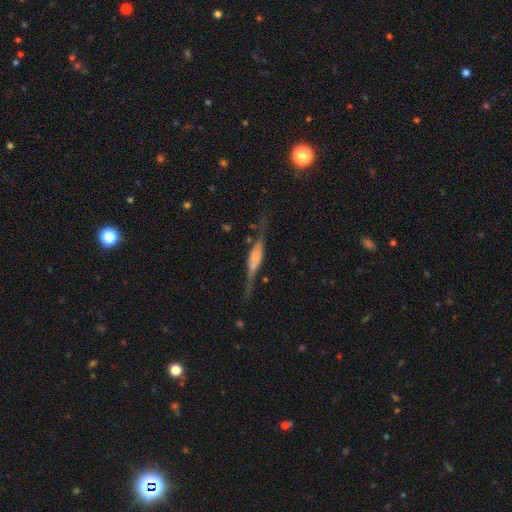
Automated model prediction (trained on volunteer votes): smooth-or-featured: featured or disk: 64% | smooth: 29% | star or artifact: 7%
  disk-edge-on: yes: 92% | no: 8%
    edge-on-bulge: boxy: 51% | rounded: 34% | none: 15%
  merging: none: 63% | minor disturbance: 22% | major disturbance: 11% | merger: 3%